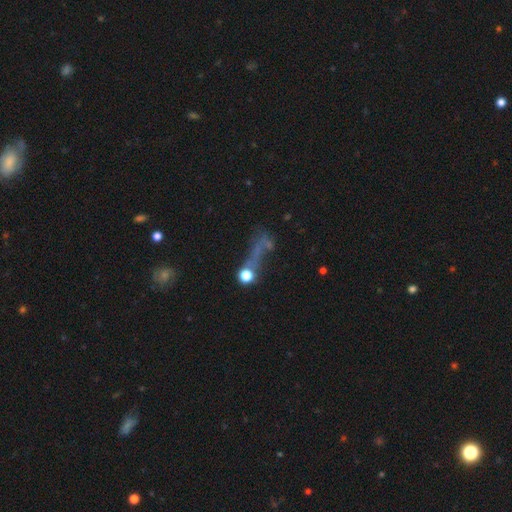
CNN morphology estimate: This appears to be a smooth galaxy with no disk features (38%). Merging: none (38%).